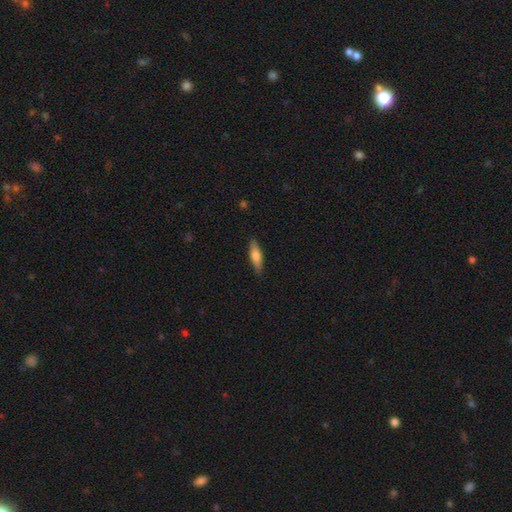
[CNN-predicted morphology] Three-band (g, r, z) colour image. It shows a smooth galaxy with no disk features (67%) that is cigar-shaped (58%). Merging: none (87%).